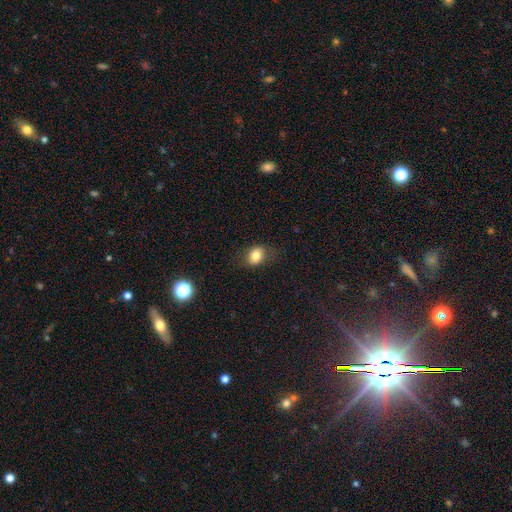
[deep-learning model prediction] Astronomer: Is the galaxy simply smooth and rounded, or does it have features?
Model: smooth — 80%.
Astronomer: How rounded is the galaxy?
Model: in between — 59% (runner-up: round, 40%).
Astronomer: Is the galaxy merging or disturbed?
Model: none — 77%.